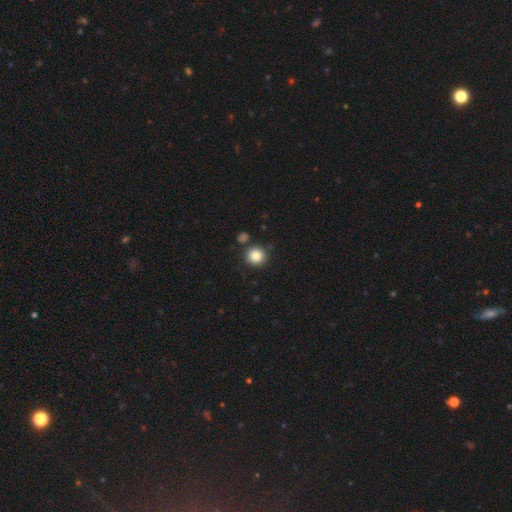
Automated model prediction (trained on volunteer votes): A smooth galaxy with no disk features (84%) that is round (93%).

Vote fractions:
- Smooth or featured? smooth: 84% / star or artifact: 10% / featured or disk: 6%
- How rounded? round: 93% / in between: 6% / cigar-shaped: 1%
- Merging? none: 86% / minor disturbance: 7% / merger: 5% / major disturbance: 2%